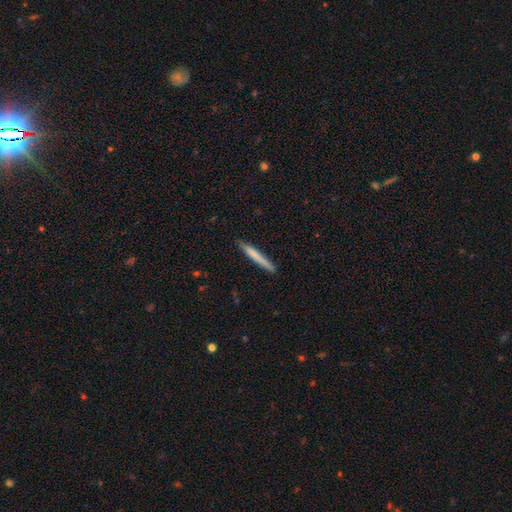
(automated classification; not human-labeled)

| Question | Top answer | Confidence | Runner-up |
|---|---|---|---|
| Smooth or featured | smooth | 69% | featured or disk (25%) |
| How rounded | cigar-shaped | 96% | in between (3%) |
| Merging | none | 89% | minor disturbance (8%) |